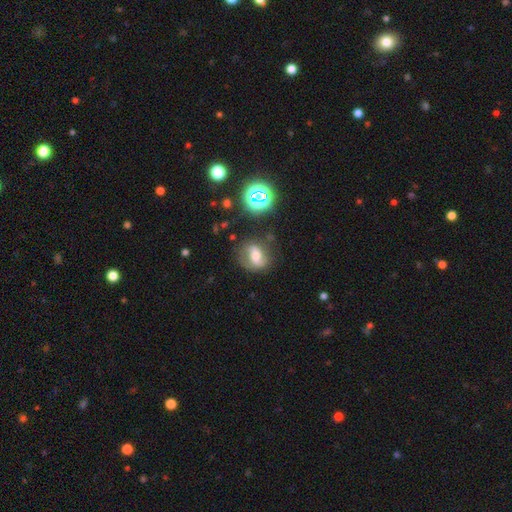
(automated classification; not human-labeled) smooth-or-featured: featured or disk: 48% | smooth: 38% | star or artifact: 14%
  merging: none: 64% | minor disturbance: 21% | major disturbance: 11% | merger: 4%